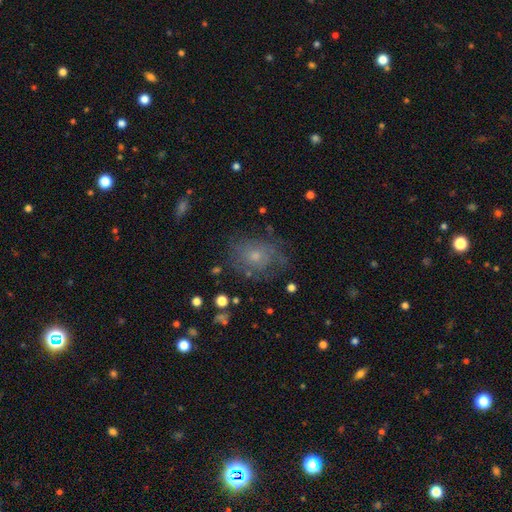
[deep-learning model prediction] Smooth or featured? Predicted: smooth (p=0.43). Merging? Predicted: none (p=0.63).